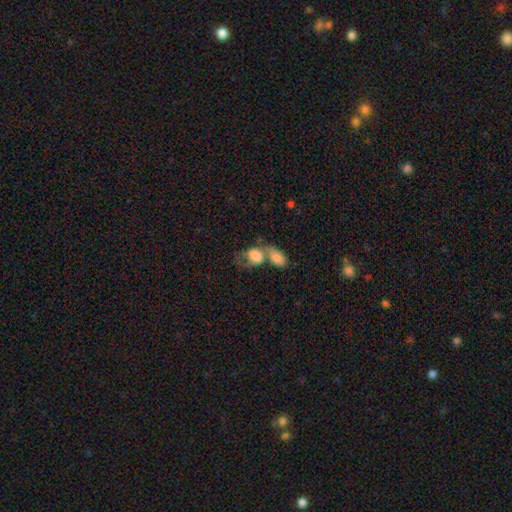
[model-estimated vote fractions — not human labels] The model was most divided on "smooth or featured": smooth: 70%, featured or disk: 22%, star or artifact: 8%. More confident: how rounded — in between (77%); merging — merger (67%).